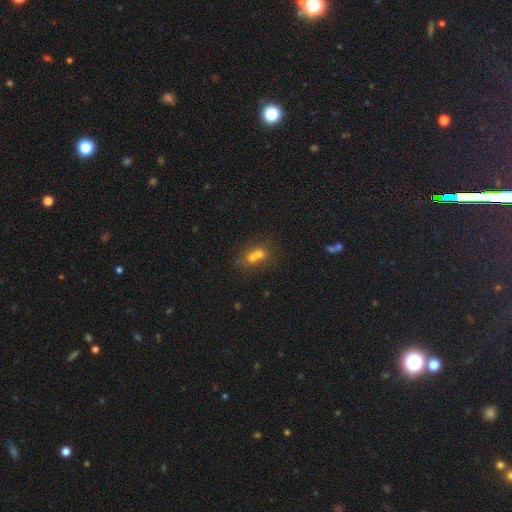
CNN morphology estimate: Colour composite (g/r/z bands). It shows a smooth galaxy with no disk features (63%) that is round (72%). Merging: merger (67%).